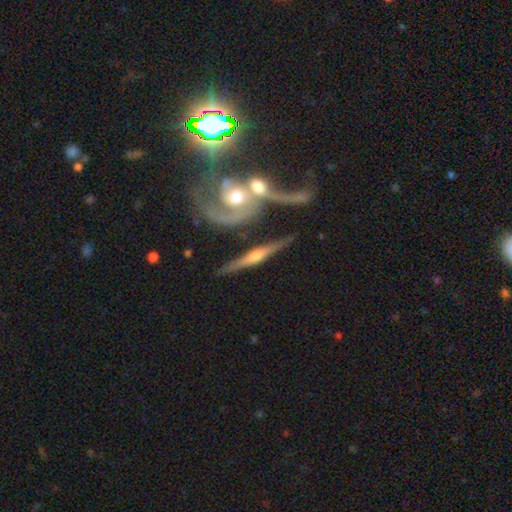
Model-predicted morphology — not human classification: Overall: featured or disk (79%). Edge-on disk: yes (91%). Edge-on bulge: rounded (83%). Merging: none (62%).